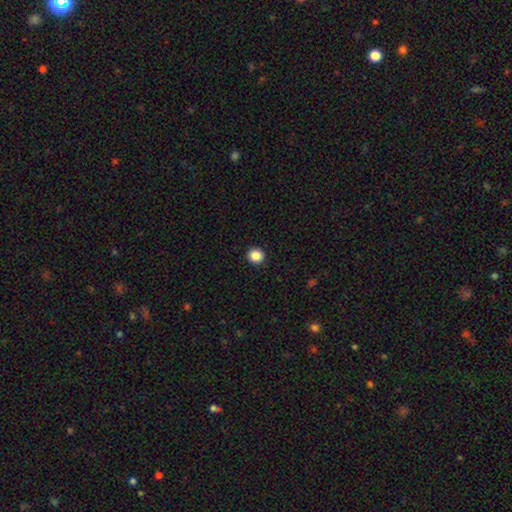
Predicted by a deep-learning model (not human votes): A smooth galaxy with no disk features (86%) that is round (91%). Merging: none (93%).